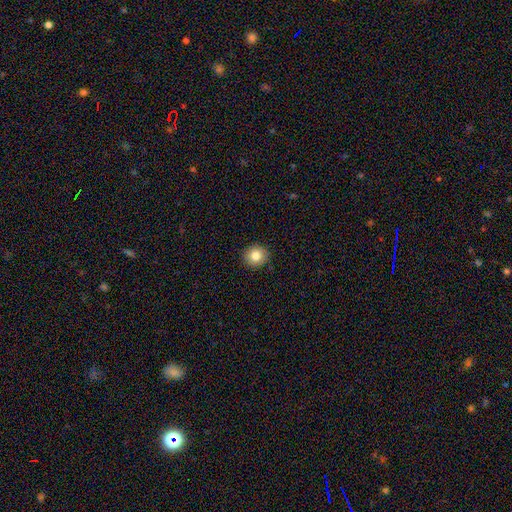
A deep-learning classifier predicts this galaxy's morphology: smooth_or_featured: smooth (p=0.83) [alt: star or artifact p=0.10]
how_rounded: round (p=0.85) [alt: in between p=0.14]
merging: none (p=0.92) [alt: minor disturbance p=0.06]